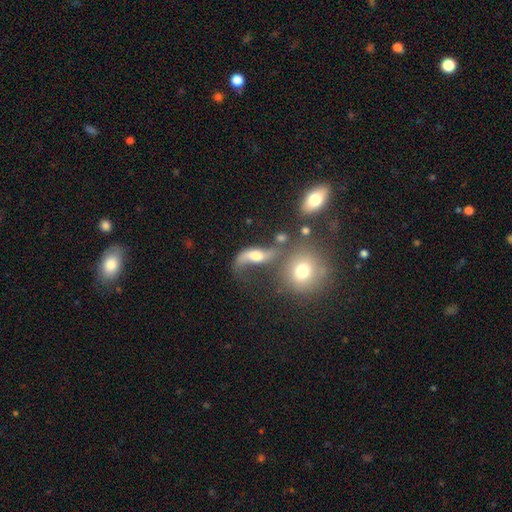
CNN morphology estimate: Smooth or featured? featured or disk (63%)
Edge-on disk? no (89%)
Bar? no (54%)
Spiral arms? yes (85%)
Bulge size? moderate (48%)
Merging? none (37%)